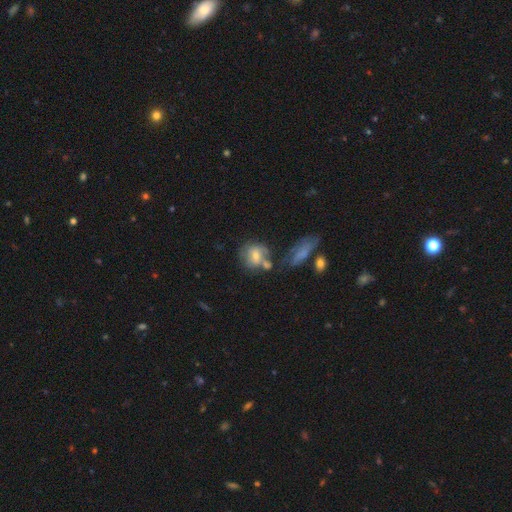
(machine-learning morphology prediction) Q: Smooth or featured?
A: smooth (50%); runner-up: featured or disk (41%)
Q: Merging?
A: none (40%); runner-up: merger (30%)